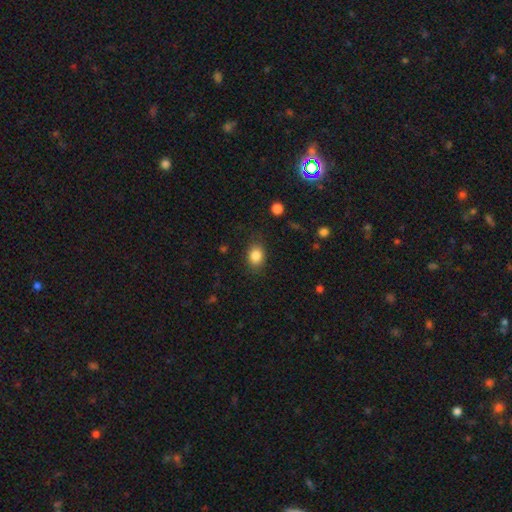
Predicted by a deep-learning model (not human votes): The model was most divided on "how rounded": in between: 57%, round: 41%, cigar-shaped: 1%. More confident: smooth or featured — smooth (85%); merging — none (82%).